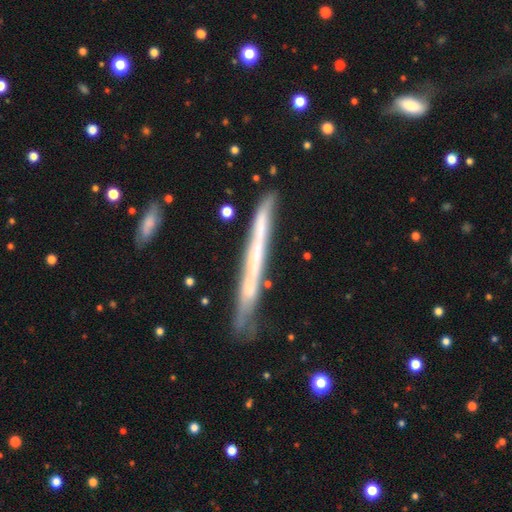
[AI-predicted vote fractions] Smooth or featured? featured or disk (59%)
Edge-on disk? yes (91%)
Edge-on bulge? none (90%)
Merging? none (77%)